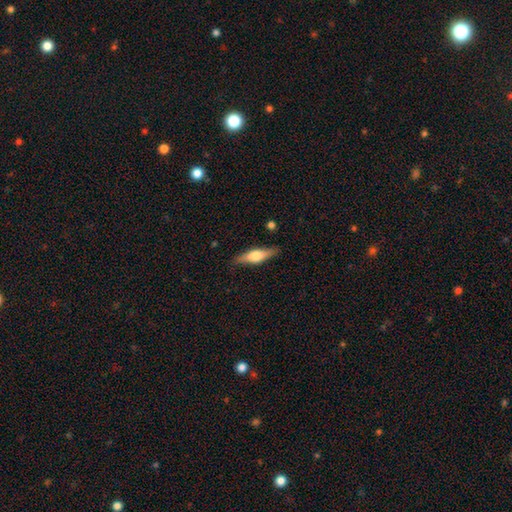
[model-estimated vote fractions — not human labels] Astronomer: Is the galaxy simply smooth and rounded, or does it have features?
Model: smooth — 50% (runner-up: featured or disk, 45%).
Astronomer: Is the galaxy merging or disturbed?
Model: none — 84%.